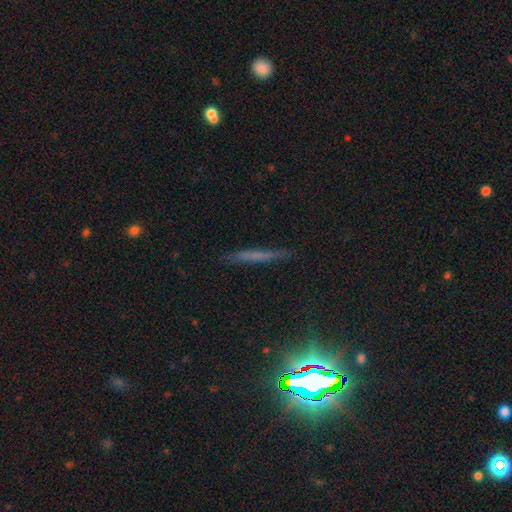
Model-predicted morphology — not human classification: Smooth or featured? smooth (45%)
Merging? none (84%)